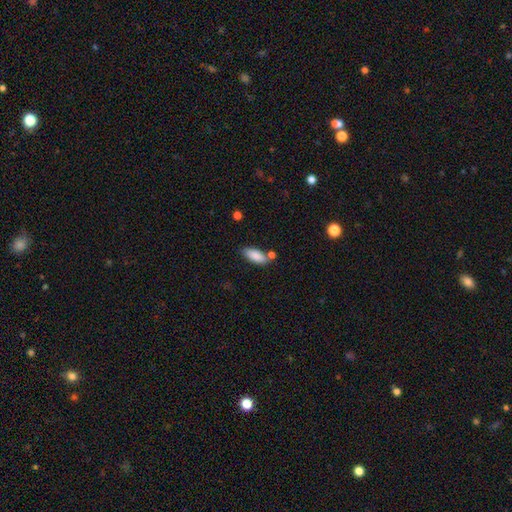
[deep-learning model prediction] Smooth or featured?
  - smooth: 87% *
  - star or artifact: 7%
  - featured or disk: 6%
How rounded?
  - in between: 82% *
  - cigar-shaped: 16%
  - round: 2%
Merging?
  - none: 70% *
  - minor disturbance: 14%
  - merger: 12%
  - major disturbance: 3%